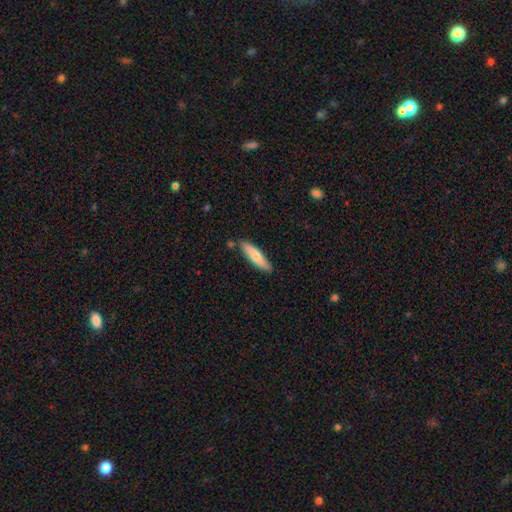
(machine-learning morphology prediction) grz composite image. It shows a smooth galaxy with no disk features (71%) that is cigar-shaped (74%). Merging: none (82%).